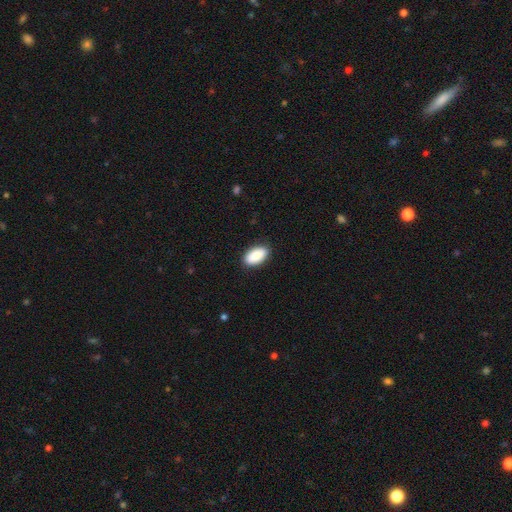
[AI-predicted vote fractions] A smooth galaxy with no disk features (91%) that is in between round and cigar-shaped (95%).

Vote fractions:
- Smooth or featured? smooth: 91% / star or artifact: 6% / featured or disk: 3%
- How rounded? in between: 95% / round: 3% / cigar-shaped: 2%
- Merging? none: 88% / minor disturbance: 9% / major disturbance: 2% / merger: 1%